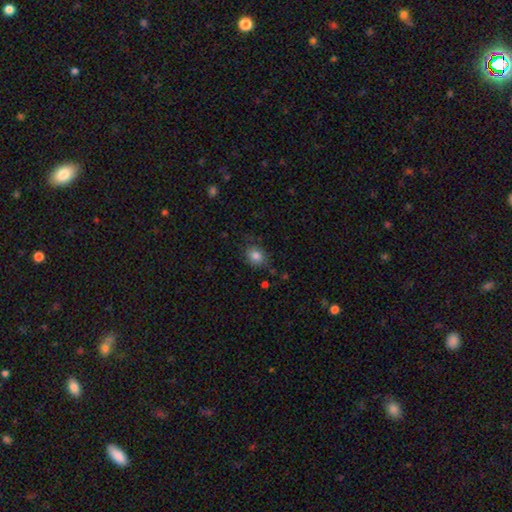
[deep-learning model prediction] smooth-or-featured: smooth: 84% | star or artifact: 9% | featured or disk: 7%
  how-rounded: round: 53% | in between: 46% | cigar-shaped: 1%
  merging: none: 76% | minor disturbance: 18% | major disturbance: 4% | merger: 2%